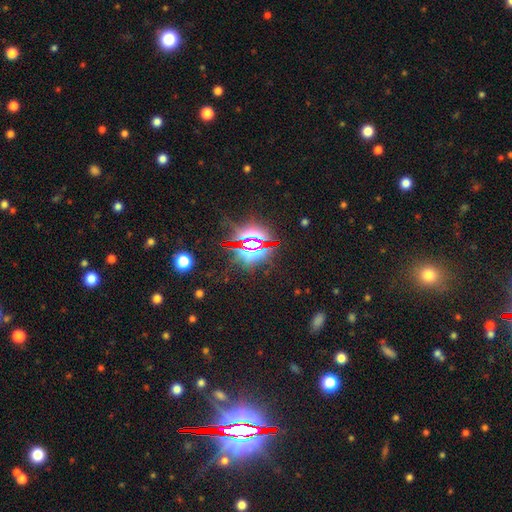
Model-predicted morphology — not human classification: This is clearly a star or artifact rather than a galaxy (84%).